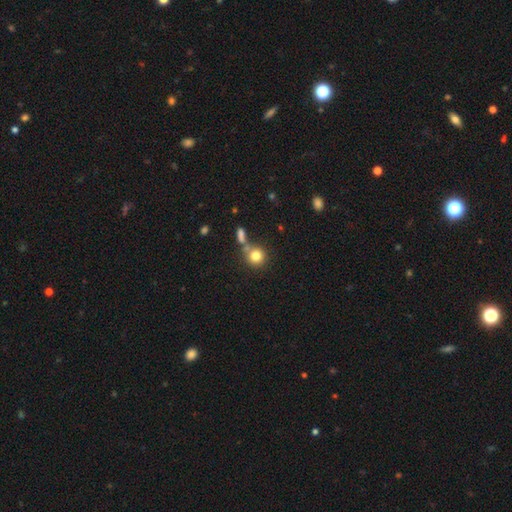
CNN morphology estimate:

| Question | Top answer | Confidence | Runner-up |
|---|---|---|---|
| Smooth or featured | smooth | 80% | star or artifact (11%) |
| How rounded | round | 89% | in between (10%) |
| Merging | none | 59% | merger (25%) |